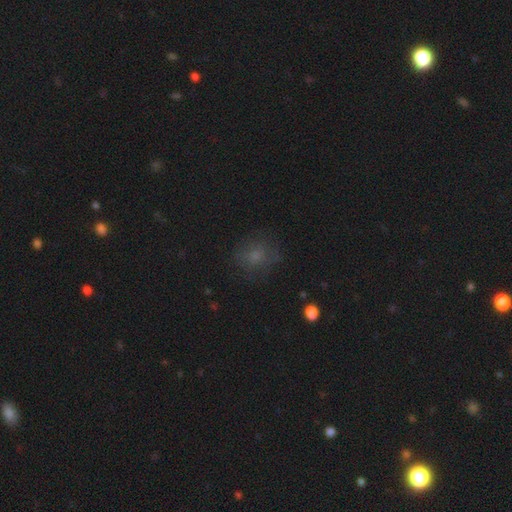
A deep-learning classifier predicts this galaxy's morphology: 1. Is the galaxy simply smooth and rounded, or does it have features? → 63% smooth, 21% star or artifact, 16% featured or disk.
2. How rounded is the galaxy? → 69% round, 30% in between, 1% cigar-shaped.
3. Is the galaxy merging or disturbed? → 71% none, 17% minor disturbance, 11% major disturbance, 2% merger.